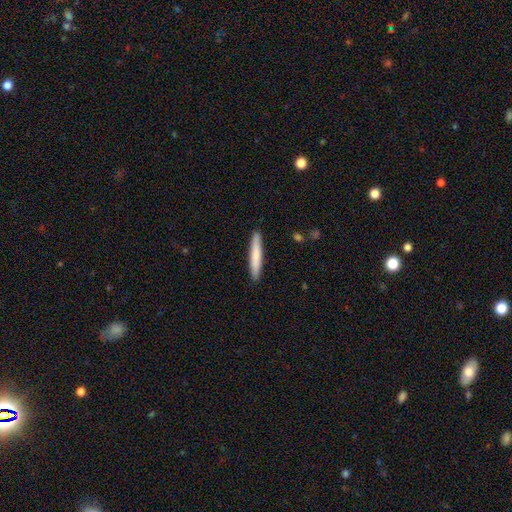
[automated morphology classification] The model was most divided on "smooth or featured": smooth: 76%, featured or disk: 18%, star or artifact: 5%. More confident: how rounded — cigar-shaped (95%); merging — none (91%).